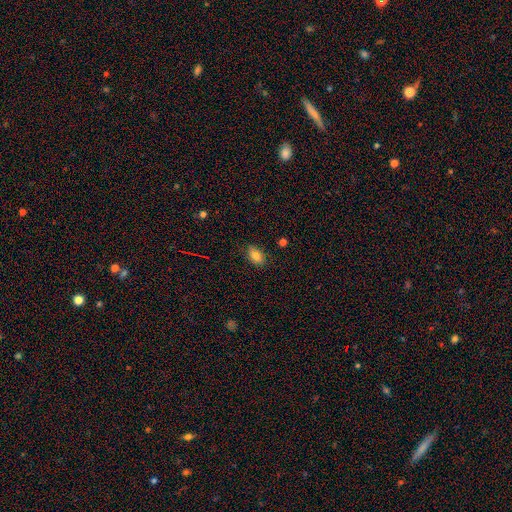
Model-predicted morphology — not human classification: smooth 80%, featured or disk 10%, star or artifact 9%. Down the decision tree: how rounded — in between (87%); merging — none (84%).